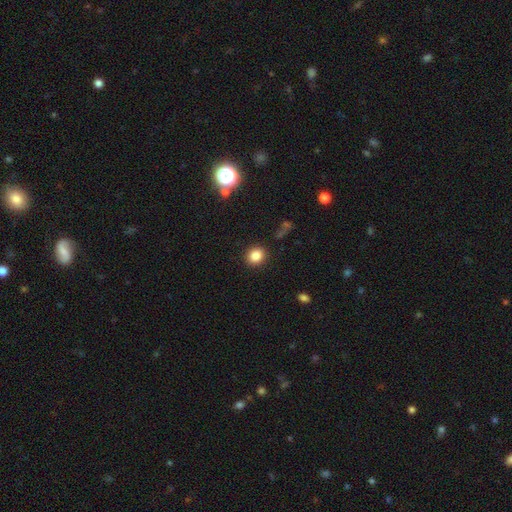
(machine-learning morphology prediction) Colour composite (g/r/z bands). It shows a smooth galaxy with no disk features (84%) that is round (73%). Merging: none (89%).